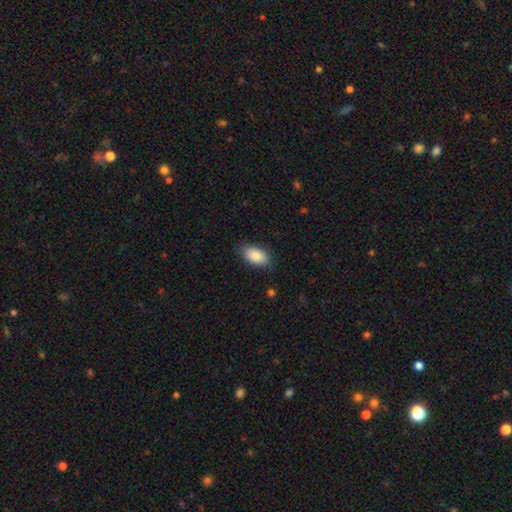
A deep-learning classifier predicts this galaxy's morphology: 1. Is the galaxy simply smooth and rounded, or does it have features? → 88% smooth, 6% star or artifact, 6% featured or disk.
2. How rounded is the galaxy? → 93% in between, 4% round, 2% cigar-shaped.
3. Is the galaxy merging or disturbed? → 82% none, 14% minor disturbance, 3% major disturbance, 1% merger.